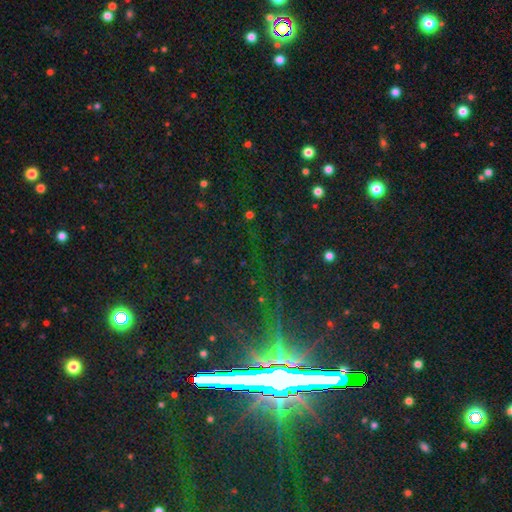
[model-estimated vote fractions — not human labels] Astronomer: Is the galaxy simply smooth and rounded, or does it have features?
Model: star or artifact — 79%.